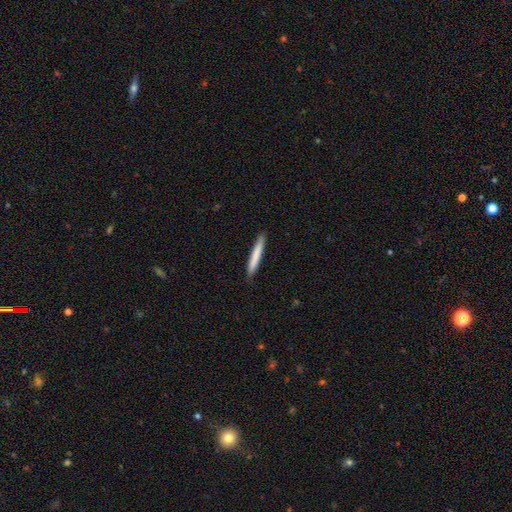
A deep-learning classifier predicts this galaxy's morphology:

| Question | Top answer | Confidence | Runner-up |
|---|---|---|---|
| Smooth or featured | smooth | 78% | featured or disk (17%) |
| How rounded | cigar-shaped | 96% | in between (3%) |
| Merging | none | 88% | minor disturbance (9%) |